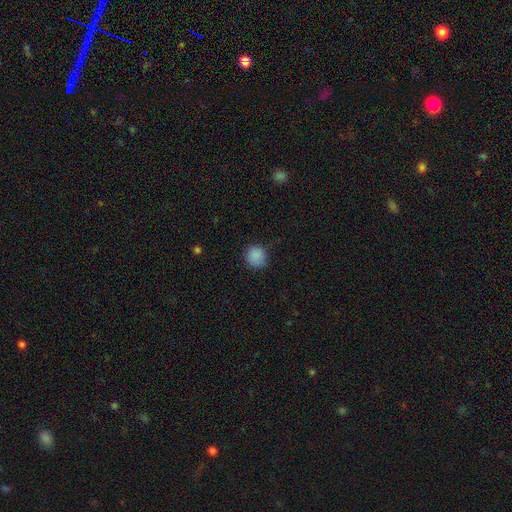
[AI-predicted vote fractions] A smooth galaxy with no disk features (87%) that is round (91%). Merging: none (82%).